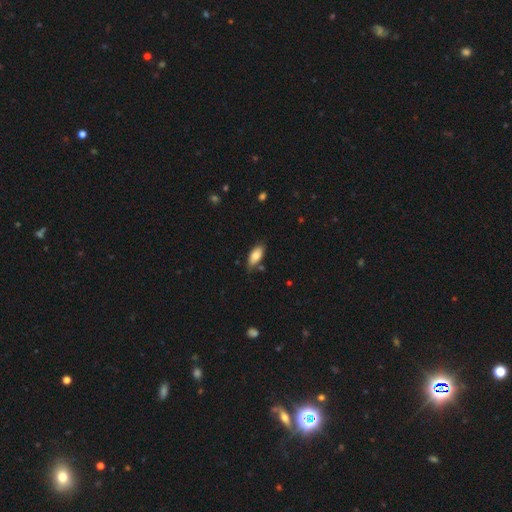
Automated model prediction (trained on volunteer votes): Smooth or featured: smooth — 81% (featured or disk — 12%)
How rounded: in between — 88% (cigar-shaped — 10%)
Merging: none — 71% (minor disturbance — 21%)